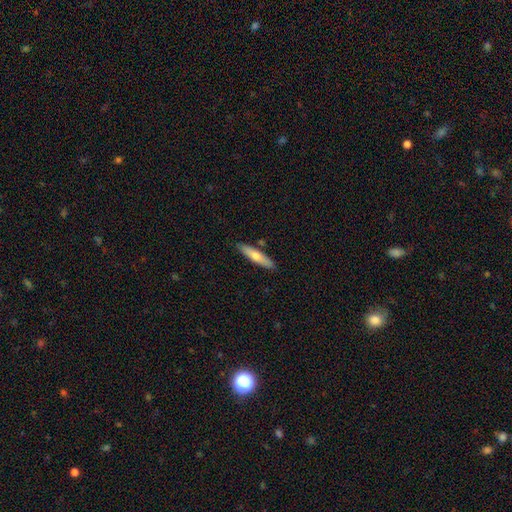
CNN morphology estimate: Smooth or featured: smooth — 62% (featured or disk — 32%)
How rounded: cigar-shaped — 81% (in between — 18%)
Merging: none — 85% (minor disturbance — 10%)